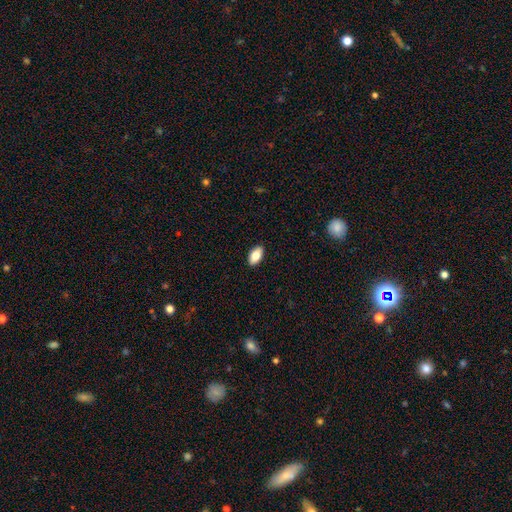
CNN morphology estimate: A smooth galaxy with no disk features (83%) that is in between round and cigar-shaped (93%). Merging: none (90%).